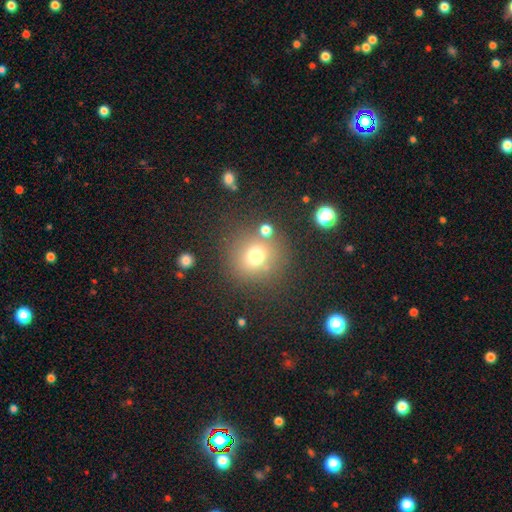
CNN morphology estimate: This is likely a smooth galaxy (71%). How rounded: clearly round (88%). Merging: likely none (75%).